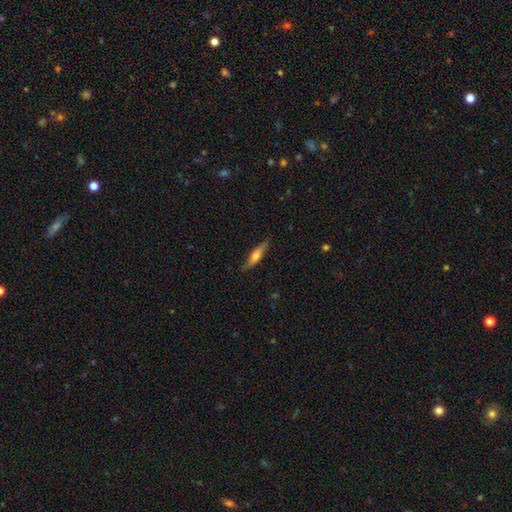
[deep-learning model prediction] Smooth or featured? Predicted: smooth (p=0.54). How rounded? Predicted: cigar-shaped (p=0.70). Merging? Predicted: none (p=0.79).